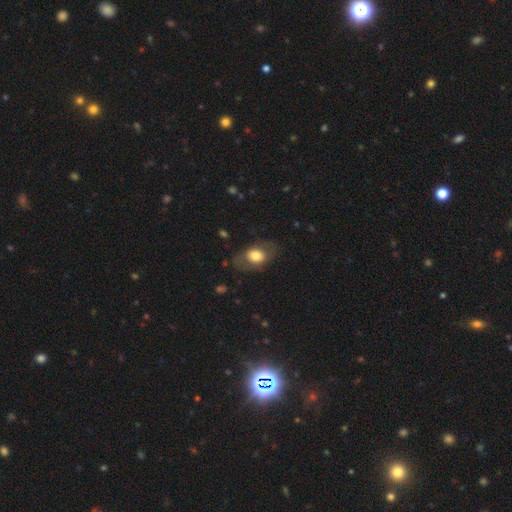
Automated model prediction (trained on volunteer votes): Overall: smooth (64%; featured or disk 29%). How rounded: in between (79%). Merging: none (74%).